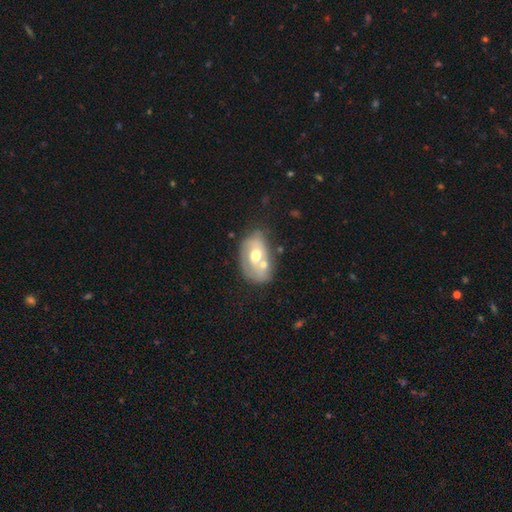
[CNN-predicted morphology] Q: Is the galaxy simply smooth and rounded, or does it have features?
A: featured or disk — 51%.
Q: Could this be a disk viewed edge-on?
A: no — 94%.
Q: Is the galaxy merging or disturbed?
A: merger — 36%.